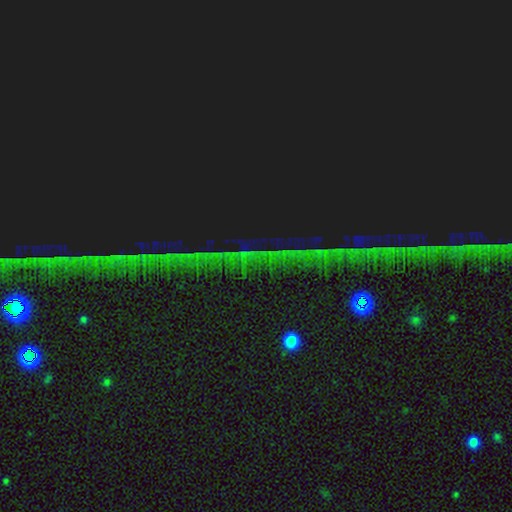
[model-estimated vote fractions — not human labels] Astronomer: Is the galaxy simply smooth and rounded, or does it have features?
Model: star or artifact — 86%.